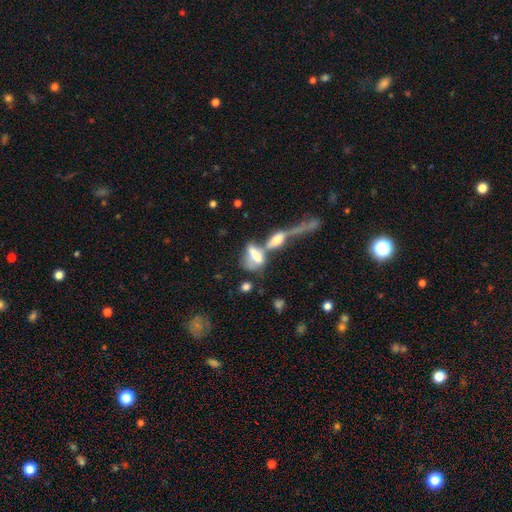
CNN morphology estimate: This is possibly a smooth galaxy (53%). How rounded: likely in between (69%). Merging: possibly merger (59%).